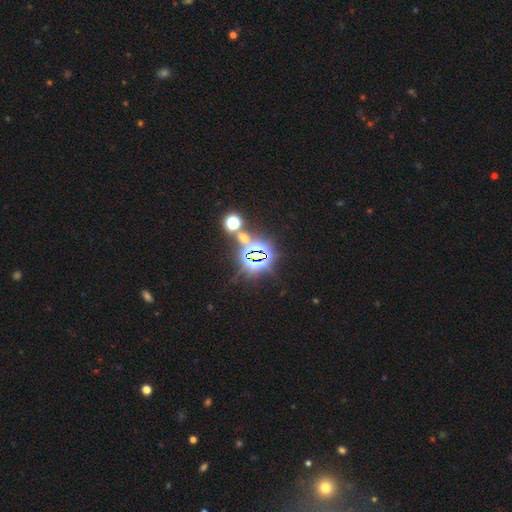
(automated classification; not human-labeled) Smooth or featured?
  - star or artifact: 79% *
  - smooth: 13%
  - featured or disk: 8%